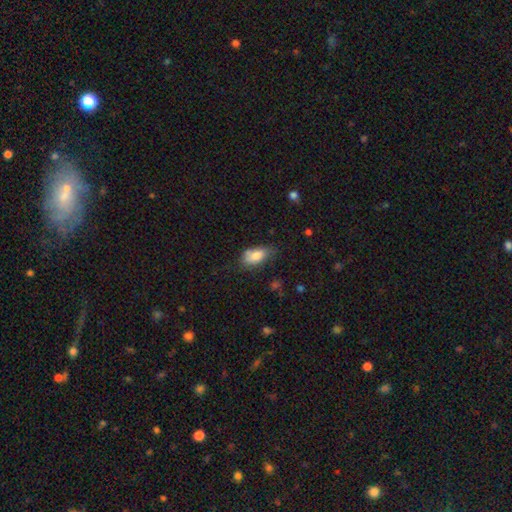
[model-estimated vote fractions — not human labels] This is likely a smooth galaxy (80%). How rounded: clearly in between (90%). Merging: possibly none (56%).